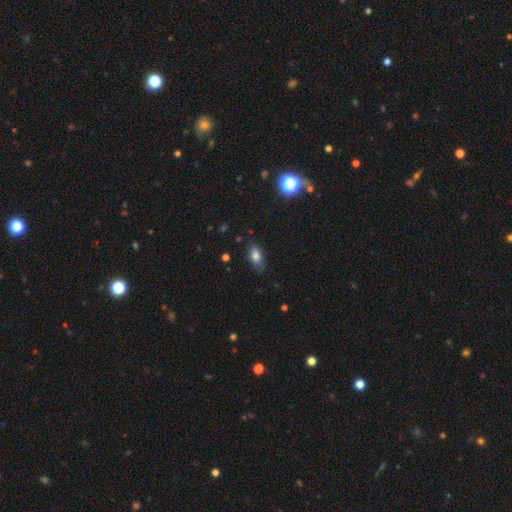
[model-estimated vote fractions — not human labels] smooth 77%, featured or disk 13%, star or artifact 10%. Down the decision tree: how rounded — in between (85%); merging — none (77%).